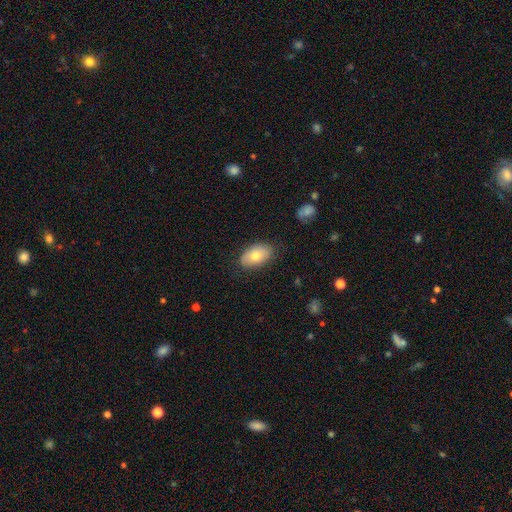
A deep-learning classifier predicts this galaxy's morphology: This appears to be a smooth galaxy with no disk features (74%) that is in between round and cigar-shaped (92%). Merging: none (80%).